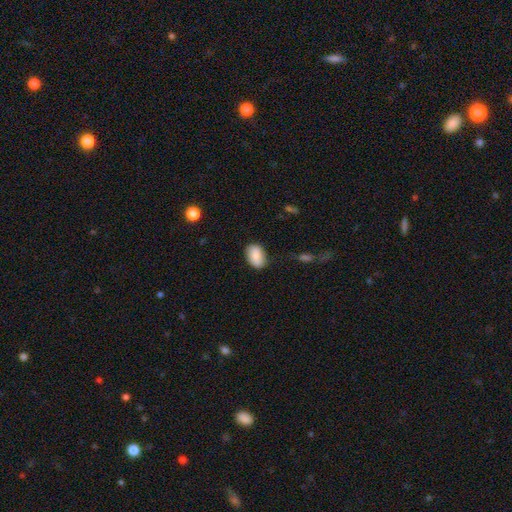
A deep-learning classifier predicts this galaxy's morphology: Smooth or featured?
  - smooth: 84% *
  - featured or disk: 9%
  - star or artifact: 7%
How rounded?
  - in between: 87% *
  - round: 11%
  - cigar-shaped: 1%
Merging?
  - none: 80% *
  - minor disturbance: 15%
  - major disturbance: 3%
  - merger: 2%